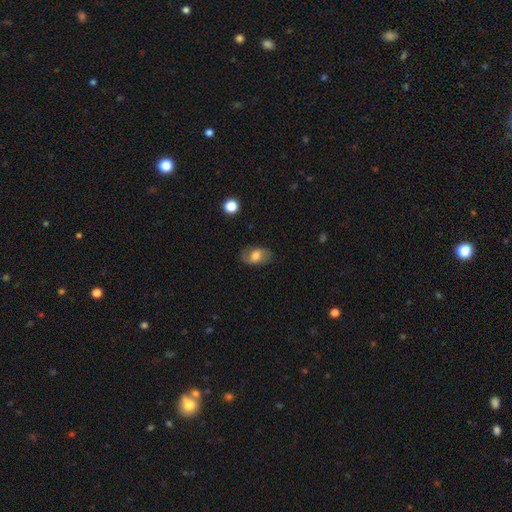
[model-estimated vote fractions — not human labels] Smooth or featured: smooth — 46% (featured or disk — 45%)
Merging: none — 75% (minor disturbance — 17%)